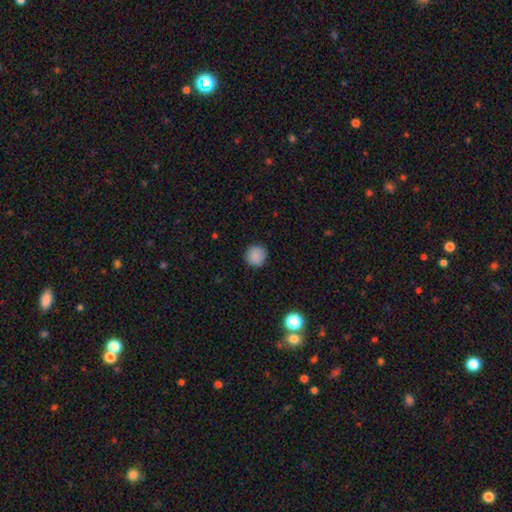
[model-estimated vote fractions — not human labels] Morphology: type=smooth (88%); roundness=round (94%); merging=none (90%).